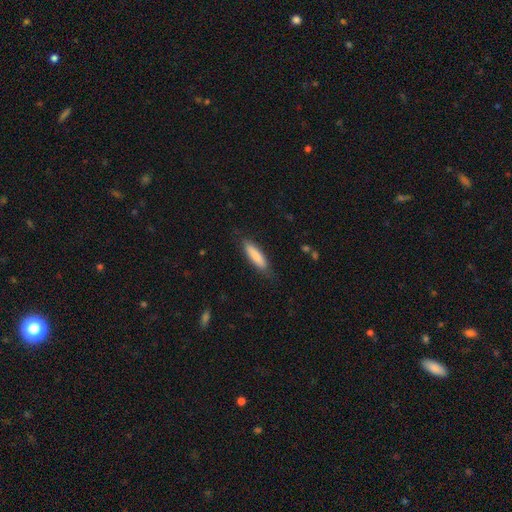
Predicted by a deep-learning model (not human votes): The model was most divided on "how rounded": cigar-shaped: 70%, in between: 28%, round: 1%. More confident: merging — none (82%); smooth or featured — smooth (82%).